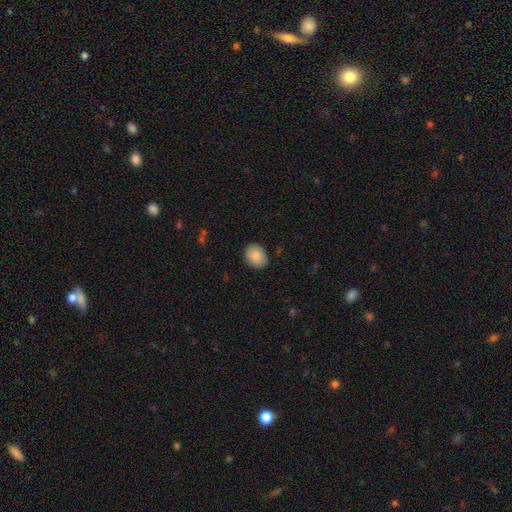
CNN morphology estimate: smooth_or_featured: smooth (p=0.88) [alt: star or artifact p=0.07]
how_rounded: in between (p=0.60) [alt: round p=0.39]
merging: none (p=0.85) [alt: minor disturbance p=0.12]